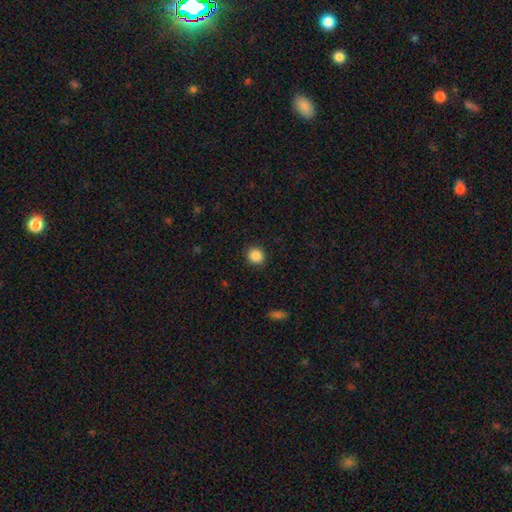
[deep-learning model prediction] A smooth galaxy with no disk features (88%) that is round (87%). Merging: none (91%).